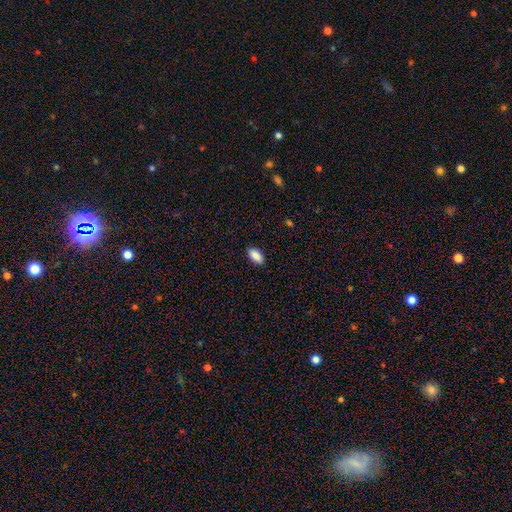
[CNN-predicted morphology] Overall: smooth (88%). How rounded: in between (89%). Merging: none (88%).